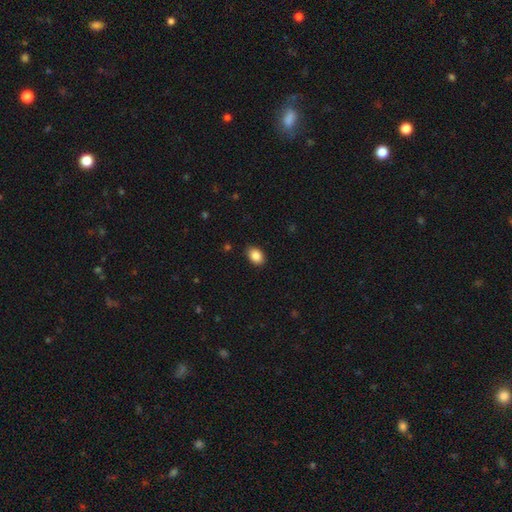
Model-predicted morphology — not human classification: A smooth galaxy with no disk features (88%) that is in between round and cigar-shaped (80%).

Vote fractions:
- Smooth or featured? smooth: 88% / star or artifact: 8% / featured or disk: 4%
- How rounded? in between: 80% / round: 19% / cigar-shaped: 1%
- Merging? none: 88% / minor disturbance: 9% / major disturbance: 2% / merger: 1%